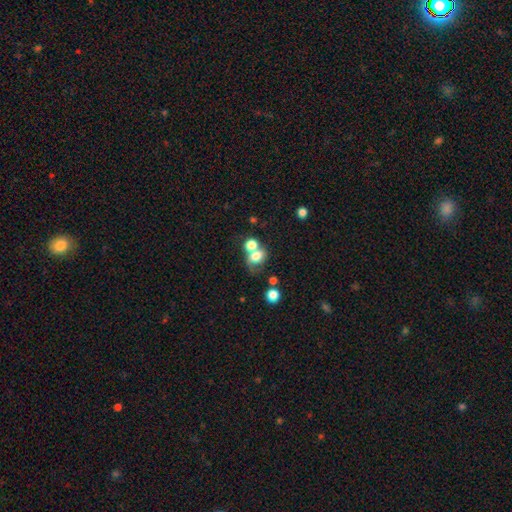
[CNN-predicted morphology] Smooth or featured? Predicted: smooth (p=0.71). How rounded? Predicted: in between (p=0.53). Merging? Predicted: merger (p=0.48).